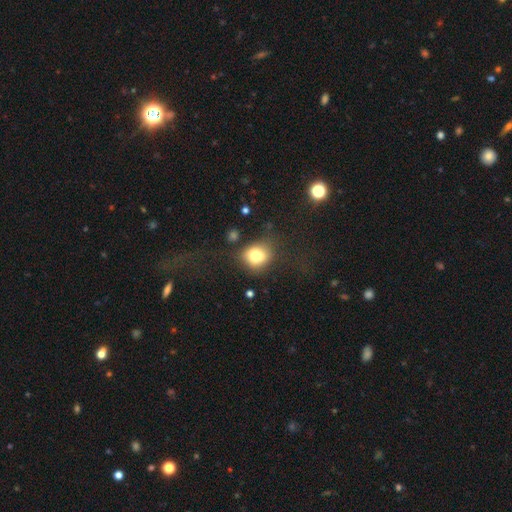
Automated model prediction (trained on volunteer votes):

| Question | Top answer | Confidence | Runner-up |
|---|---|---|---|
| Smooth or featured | smooth | 76% | featured or disk (13%) |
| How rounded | round | 63% | in between (36%) |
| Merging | none | 60% | minor disturbance (21%) |